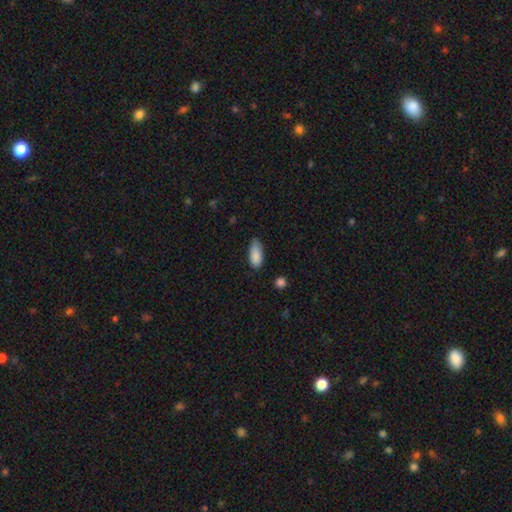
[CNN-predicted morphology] Smooth or featured? smooth (88%)
How rounded? in between (87%)
Merging? none (64%)